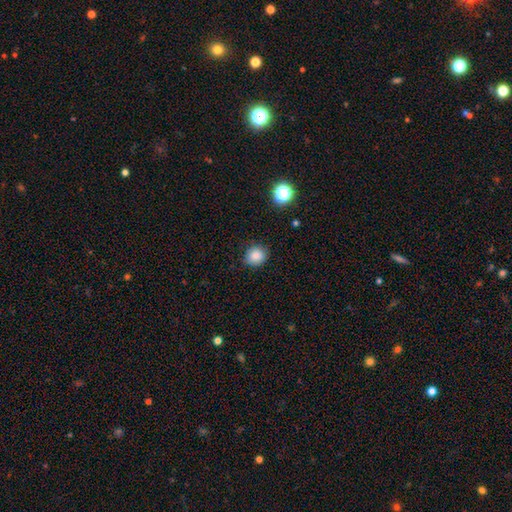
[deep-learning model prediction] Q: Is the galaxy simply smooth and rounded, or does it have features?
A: smooth — 83%.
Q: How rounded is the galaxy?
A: round — 82%.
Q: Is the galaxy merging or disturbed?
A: none — 84%.